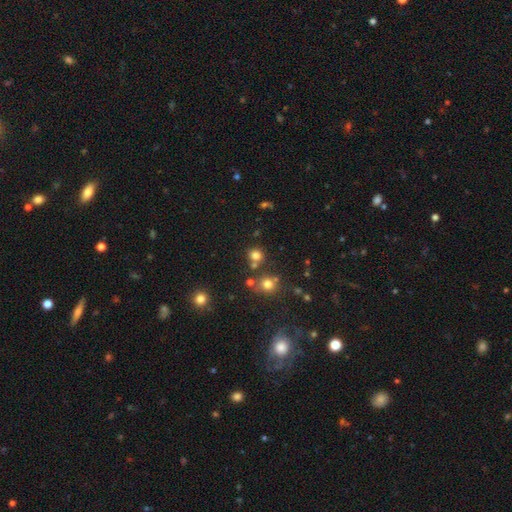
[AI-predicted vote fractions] This is likely a smooth galaxy (75%). How rounded: clearly round (87%). Merging: likely none (72%).